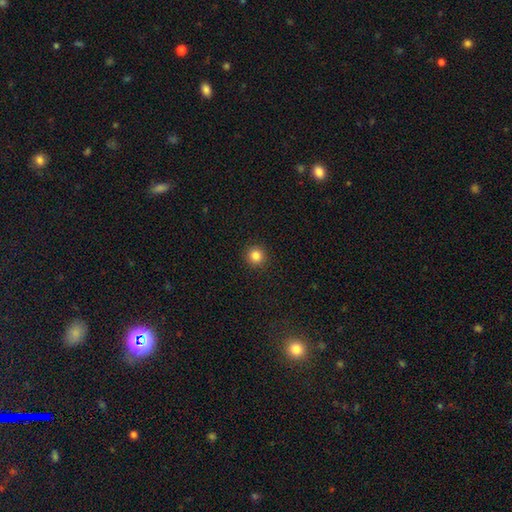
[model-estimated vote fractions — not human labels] Overall: smooth (85%). How rounded: round (95%). Merging: none (93%).